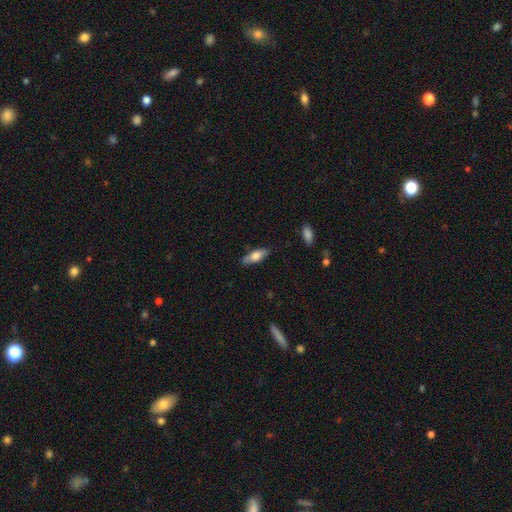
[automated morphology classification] smooth 64%, featured or disk 30%, star or artifact 6%. Down the decision tree: how rounded — in between (64%); merging — none (81%).